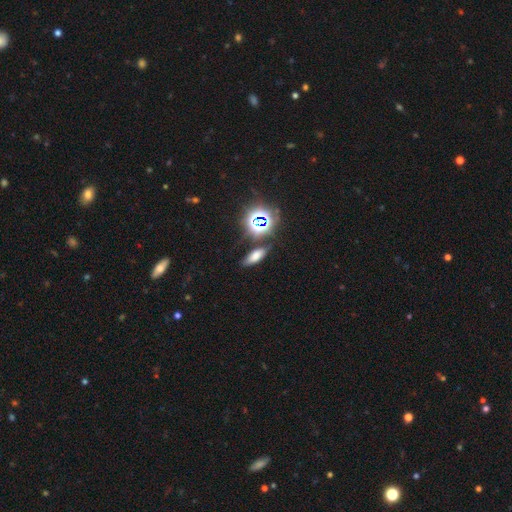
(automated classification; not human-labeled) Morphology: type=smooth (62%); roundness=in between (67%); merging=none (75%).